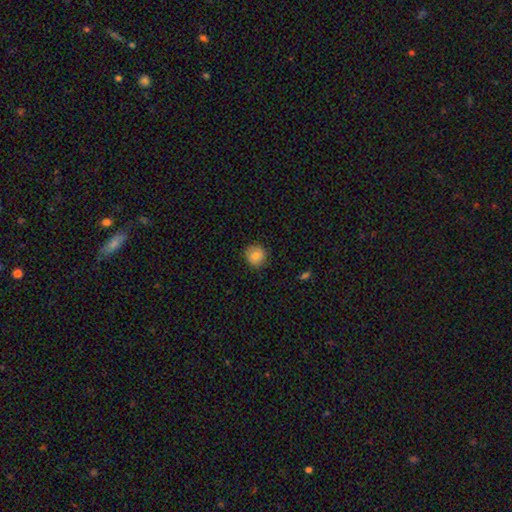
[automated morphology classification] Smooth or featured? Predicted: smooth (p=0.82). How rounded? Predicted: round (p=0.92). Merging? Predicted: none (p=0.89).